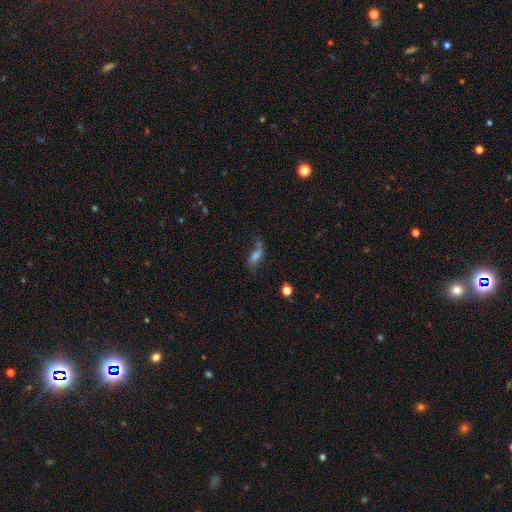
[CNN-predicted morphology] A smooth galaxy with no disk features (52%) that is in between round and cigar-shaped (66%).

Vote fractions:
- Smooth or featured? smooth: 52% / featured or disk: 31% / star or artifact: 17%
- How rounded? in between: 66% / cigar-shaped: 28% / round: 6%
- Merging? none: 44% / minor disturbance: 25% / major disturbance: 24% / merger: 7%